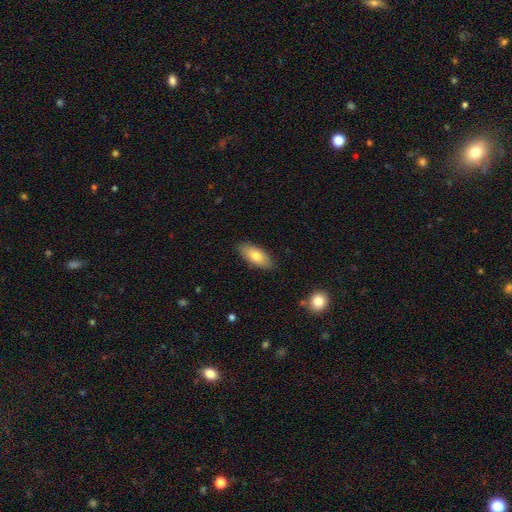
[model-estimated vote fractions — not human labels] Q: Smooth or featured?
A: smooth (76%); runner-up: featured or disk (18%)
Q: How rounded?
A: in between (86%); runner-up: cigar-shaped (11%)
Q: Merging?
A: none (86%); runner-up: minor disturbance (11%)